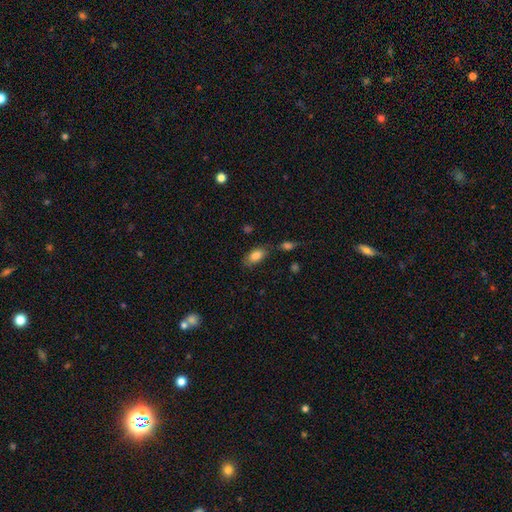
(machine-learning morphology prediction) type=smooth (83%); roundness=in between (91%); merging=none (66%).